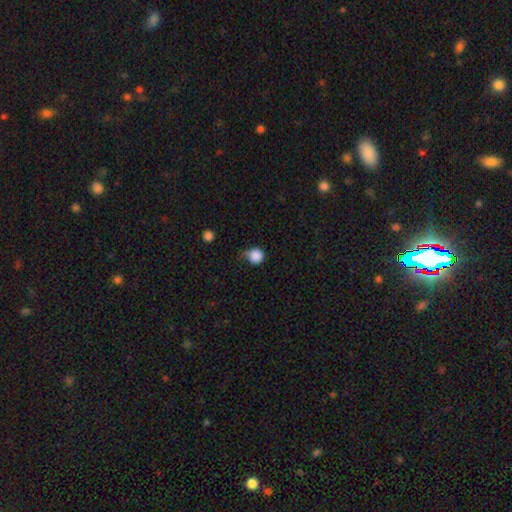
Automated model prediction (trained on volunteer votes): This appears to be a smooth galaxy with no disk features (86%) that is round (93%). Merging: none (55%).